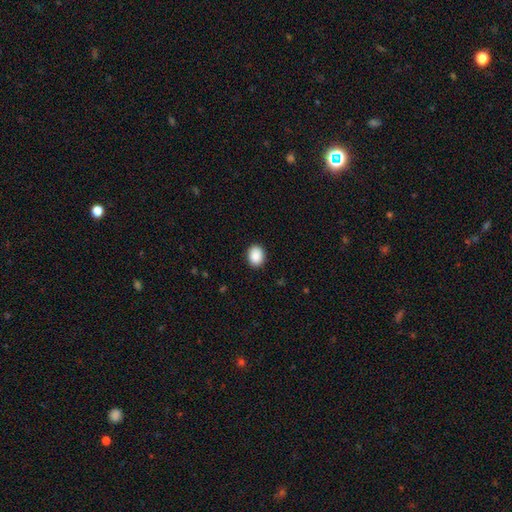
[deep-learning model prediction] The model was most divided on "how rounded": round: 52%, in between: 47%, cigar-shaped: 1%. More confident: merging — none (91%); smooth or featured — smooth (89%).